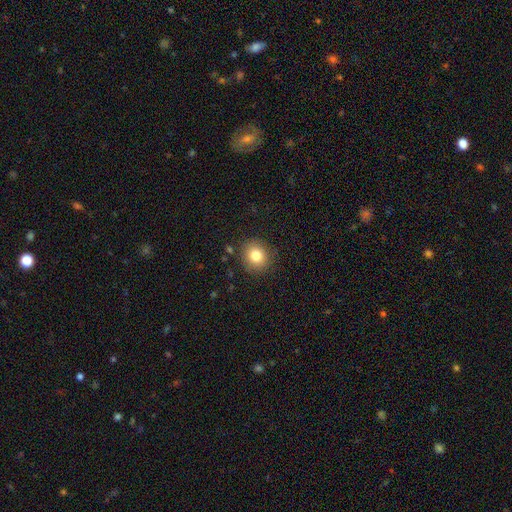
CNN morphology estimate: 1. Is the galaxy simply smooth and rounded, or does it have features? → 81% smooth, 11% star or artifact, 8% featured or disk.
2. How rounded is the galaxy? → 84% round, 15% in between, 1% cigar-shaped.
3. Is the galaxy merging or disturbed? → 88% none, 8% minor disturbance, 3% major disturbance, 2% merger.